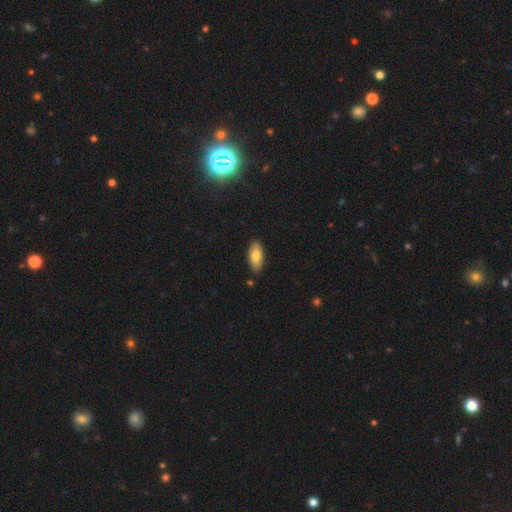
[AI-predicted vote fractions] A smooth galaxy with no disk features (78%) that is in between round and cigar-shaped (87%).

Vote fractions:
- Smooth or featured? smooth: 78% / featured or disk: 15% / star or artifact: 6%
- How rounded? in between: 87% / cigar-shaped: 11% / round: 2%
- Merging? none: 85% / minor disturbance: 11% / merger: 2% / major disturbance: 2%